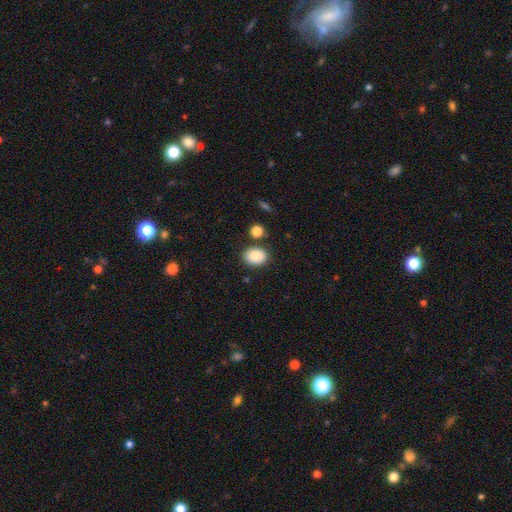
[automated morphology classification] smooth_or_featured: smooth (p=0.88) [alt: star or artifact p=0.08]
how_rounded: in between (p=0.70) [alt: round p=0.29]
merging: none (p=0.81) [alt: minor disturbance p=0.10]